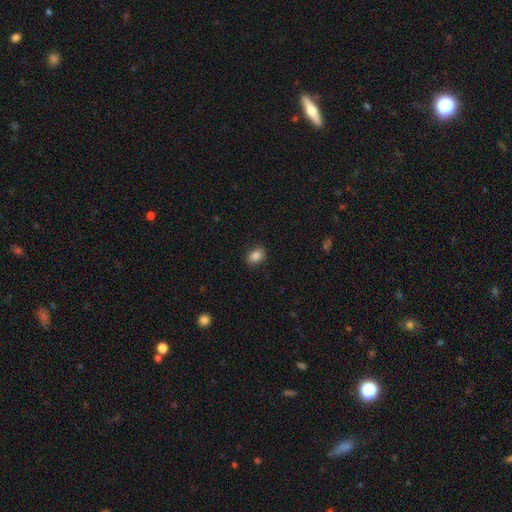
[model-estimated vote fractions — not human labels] Smooth or featured: smooth — 87% (star or artifact — 9%)
How rounded: in between — 79% (round — 19%)
Merging: none — 87% (minor disturbance — 10%)